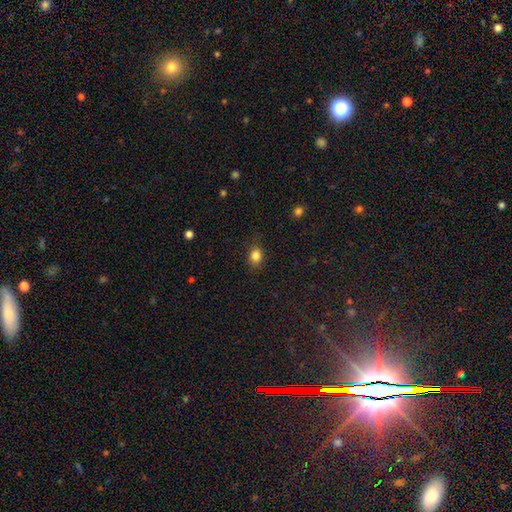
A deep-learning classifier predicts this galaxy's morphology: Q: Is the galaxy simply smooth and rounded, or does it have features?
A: smooth — 84%.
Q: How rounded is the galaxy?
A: in between — 53%.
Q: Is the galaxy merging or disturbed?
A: none — 81%.